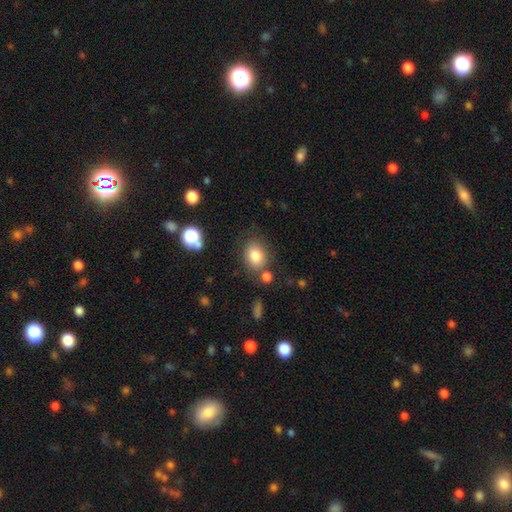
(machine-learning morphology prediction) This is clearly a smooth galaxy (82%). How rounded: possibly in between (55%). Merging: likely none (72%).